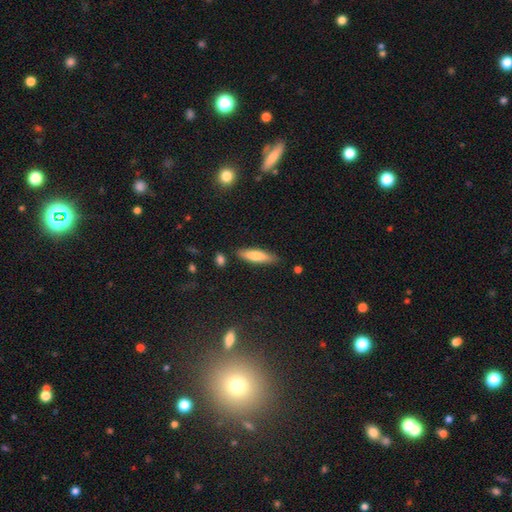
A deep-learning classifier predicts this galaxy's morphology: A smooth galaxy with no disk features (75%) that is cigar-shaped (66%).

Vote fractions:
- Smooth or featured? smooth: 75% / featured or disk: 19% / star or artifact: 6%
- How rounded? cigar-shaped: 66% / in between: 32% / round: 2%
- Merging? none: 82% / minor disturbance: 13% / merger: 3% / major disturbance: 2%